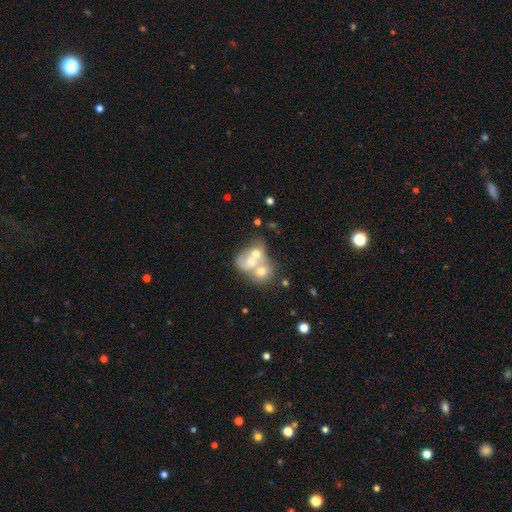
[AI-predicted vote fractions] Smooth or featured? featured or disk (48%)
Merging? merger (76%)